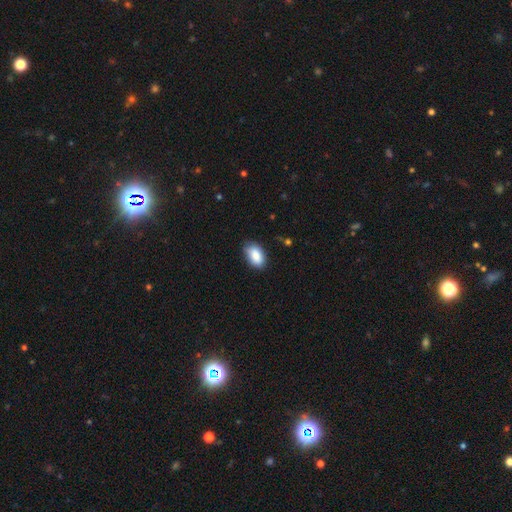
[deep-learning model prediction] A smooth galaxy with no disk features (87%) that is in between round and cigar-shaped (93%). Merging: none (72%).